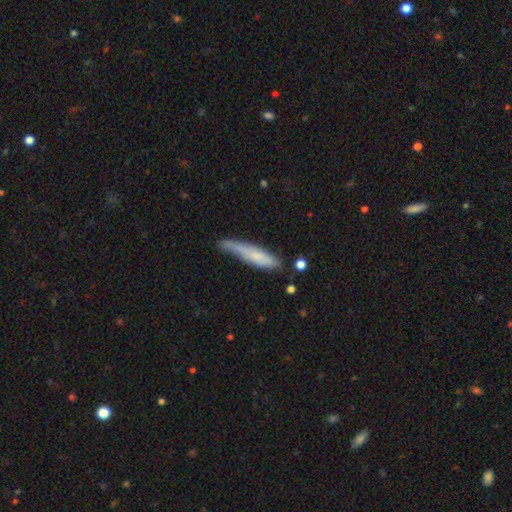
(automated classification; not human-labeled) Q: Smooth or featured?
A: smooth (68%); runner-up: featured or disk (25%)
Q: How rounded?
A: cigar-shaped (87%); runner-up: in between (12%)
Q: Merging?
A: none (54%); runner-up: minor disturbance (32%)